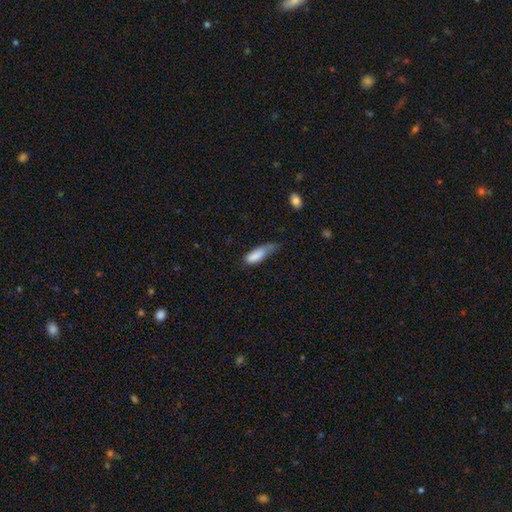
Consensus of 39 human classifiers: Overall: smooth (79%). How rounded: in between (68%; cigar-shaped 32%). Merging: minor disturbance (59%; major disturbance 24%).